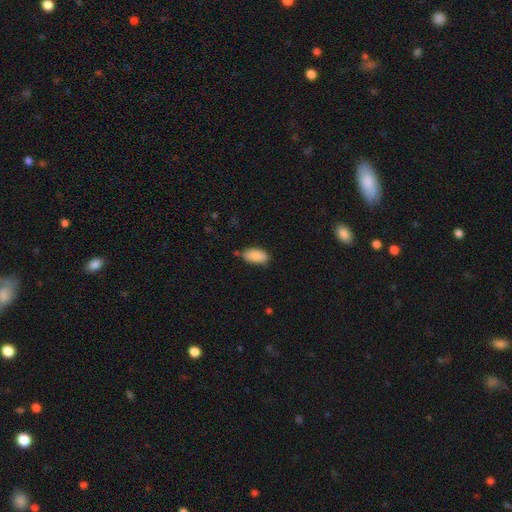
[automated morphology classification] The model was most divided on "merging": none: 76%, minor disturbance: 17%, merger: 3%, major disturbance: 3%. More confident: how rounded — in between (94%); smooth or featured — smooth (88%).